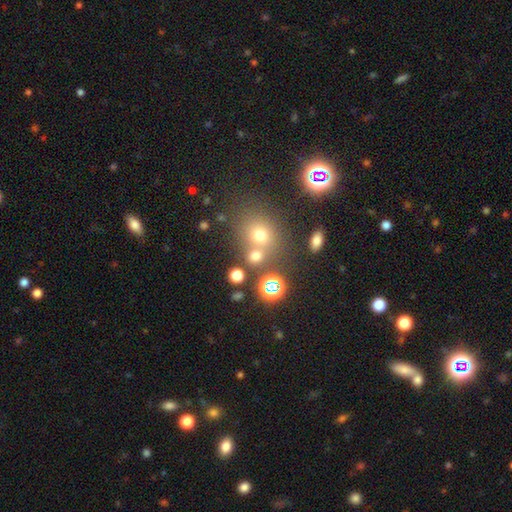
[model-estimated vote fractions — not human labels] Smooth or featured? Predicted: smooth (p=0.65). How rounded? Predicted: round (p=0.78). Merging? Predicted: none (p=0.57).